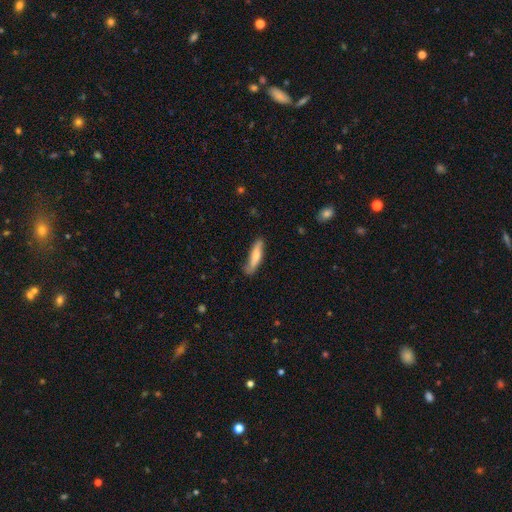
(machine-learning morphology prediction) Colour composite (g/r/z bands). It shows a smooth galaxy with no disk features (63%) that is cigar-shaped (75%). Merging: none (73%).